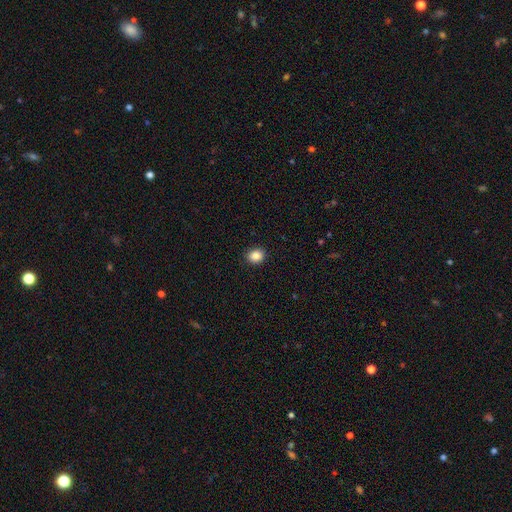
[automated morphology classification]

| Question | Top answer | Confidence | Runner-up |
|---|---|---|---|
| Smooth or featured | smooth | 87% | star or artifact (9%) |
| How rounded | round | 62% | in between (37%) |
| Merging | none | 91% | minor disturbance (6%) |